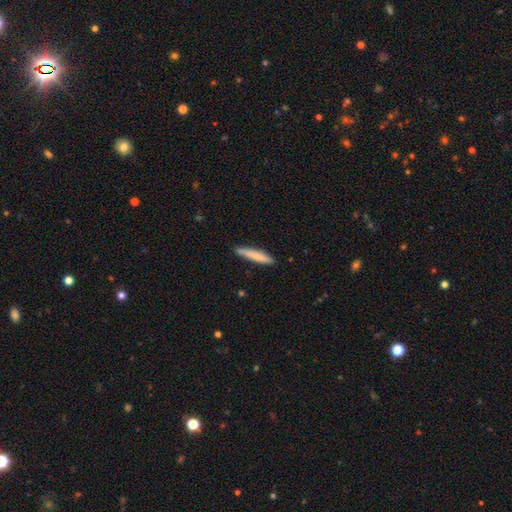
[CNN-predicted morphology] A smooth galaxy with no disk features (74%) that is cigar-shaped (92%). Merging: none (84%).